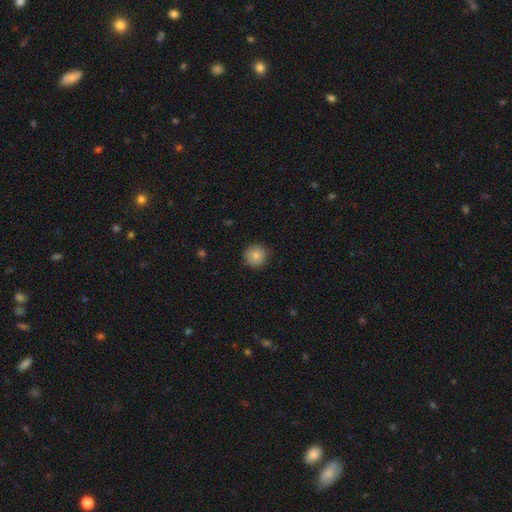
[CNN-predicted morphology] Overall: smooth (81%). How rounded: round (94%). Merging: none (88%).